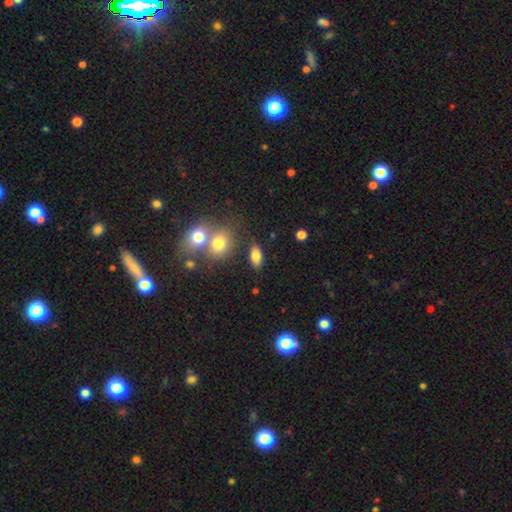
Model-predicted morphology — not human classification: smooth-or-featured: smooth: 80% | star or artifact: 10% | featured or disk: 10%
  how-rounded: in between: 86% | round: 8% | cigar-shaped: 6%
  merging: none: 73% | merger: 12% | minor disturbance: 11% | major disturbance: 4%